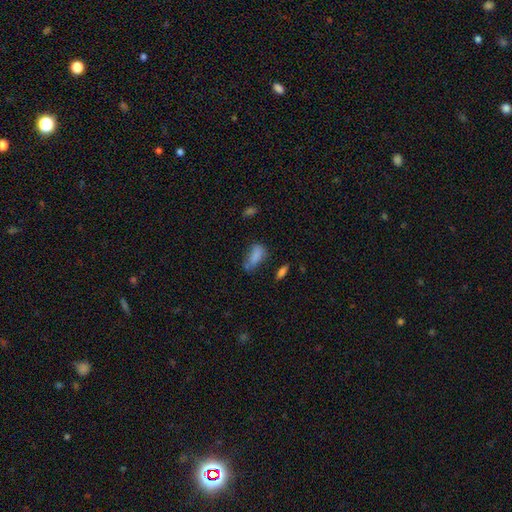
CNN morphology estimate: The model was most divided on "merging": none: 47%, minor disturbance: 30%, major disturbance: 12%, merger: 11%. More confident: how rounded — in between (83%); smooth or featured — smooth (81%).